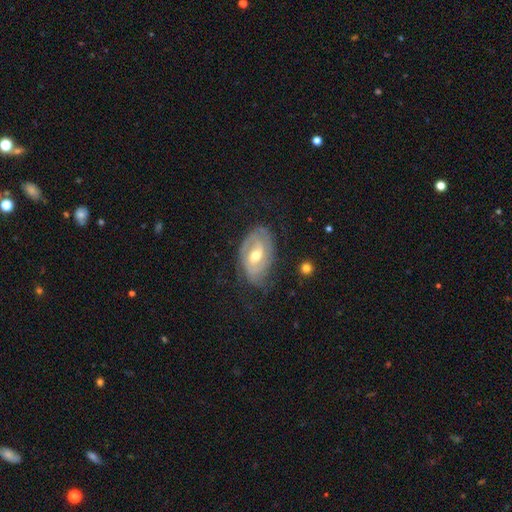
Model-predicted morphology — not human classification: This is likely a featured or disk galaxy (76%). It is clearly not viewed edge-on (94%). Bar: possibly weak (48%). Spiral arm pattern: clearly yes (84%). Spiral arm count: possibly 2 (48%). Spiral winding: possibly tight (54%). Central bulge: likely moderate (72%). Merging: likely none (62%).